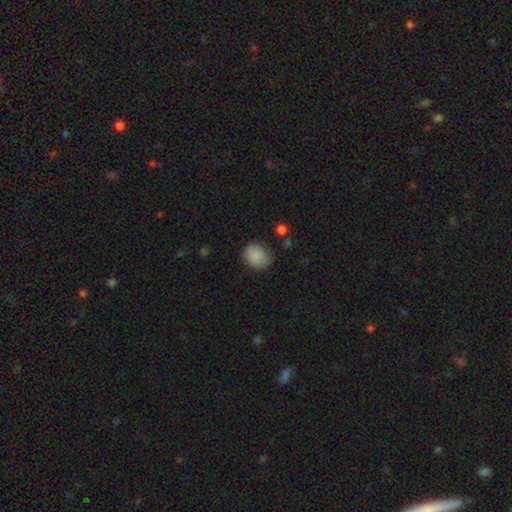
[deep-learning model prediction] Morphology: type=smooth (86%); roundness=round (56%); merging=none (77%).